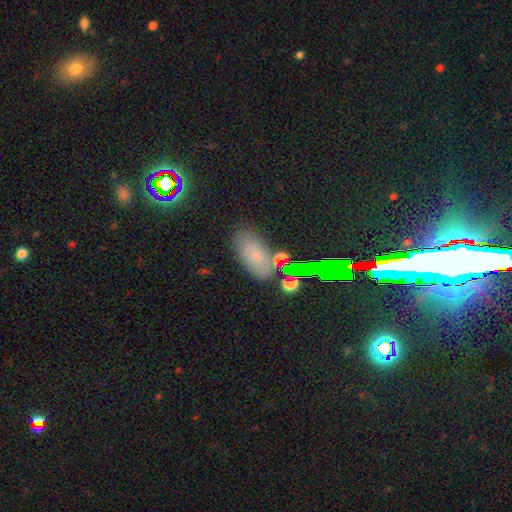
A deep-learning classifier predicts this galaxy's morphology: smooth-or-featured: smooth: 68% | star or artifact: 19% | featured or disk: 12%
  how-rounded: in between: 89% | cigar-shaped: 7% | round: 5%
  merging: none: 73% | minor disturbance: 15% | merger: 7% | major disturbance: 5%